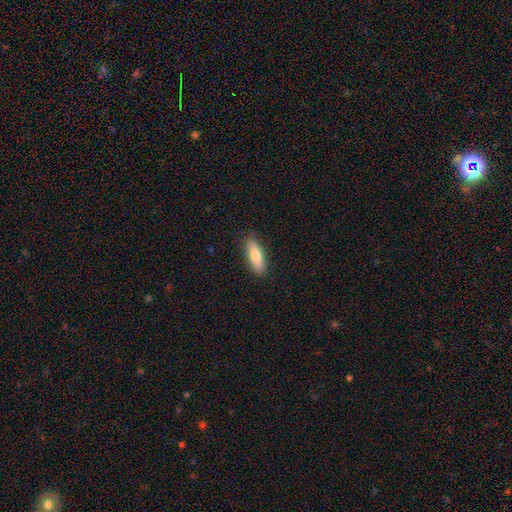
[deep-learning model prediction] Overall: smooth (70%). How rounded: in between (51%; cigar-shaped 47%). Merging: none (87%).